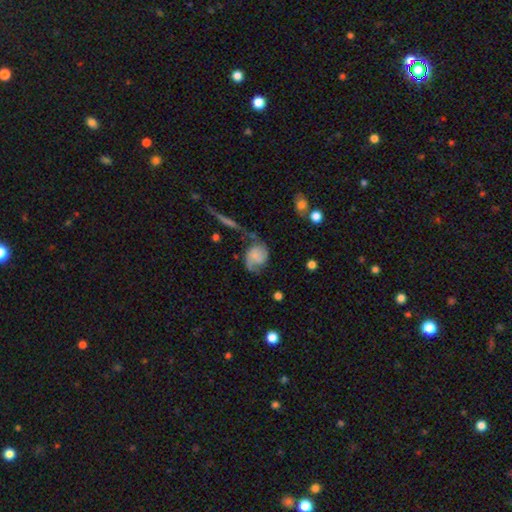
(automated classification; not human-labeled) Morphology: type=featured or disk (57%); edge-on=no (97%); bar=no (69%); spiral arms=yes (89%); bulge=none (53%); merging=none (45%).